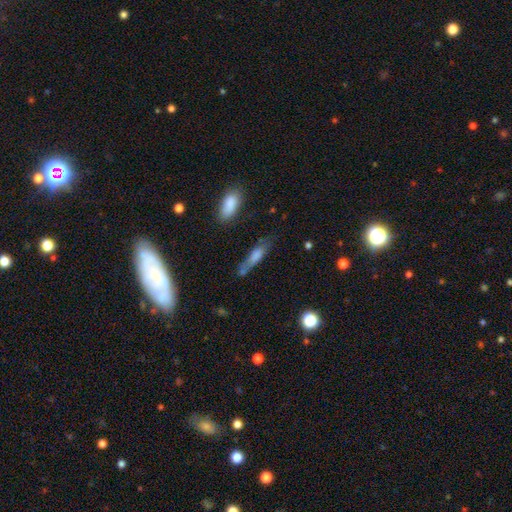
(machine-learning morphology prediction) Q: Smooth or featured?
A: smooth (67%); runner-up: featured or disk (25%)
Q: How rounded?
A: cigar-shaped (72%); runner-up: in between (25%)
Q: Merging?
A: none (52%); runner-up: minor disturbance (25%)